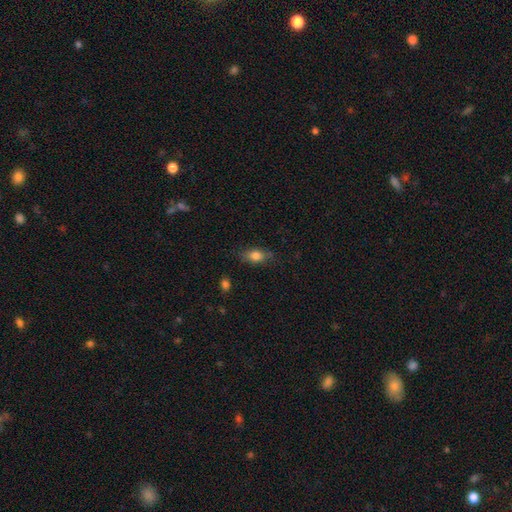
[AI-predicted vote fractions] A smooth galaxy with no disk features (80%) that is in between round and cigar-shaped (81%). Merging: none (76%).